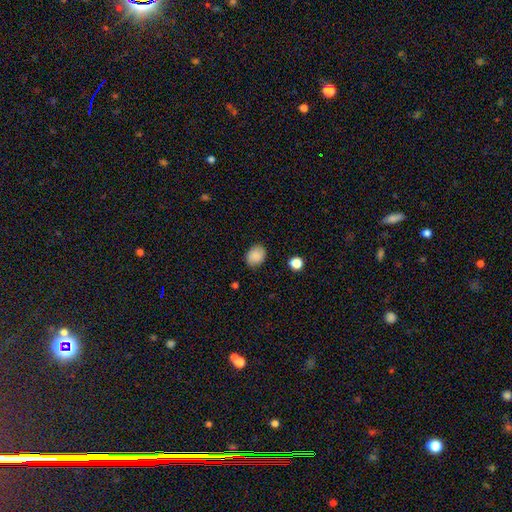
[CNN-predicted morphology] The model was most divided on "how rounded": in between: 59%, round: 40%, cigar-shaped: 1%. More confident: smooth or featured — smooth (88%); merging — none (84%).